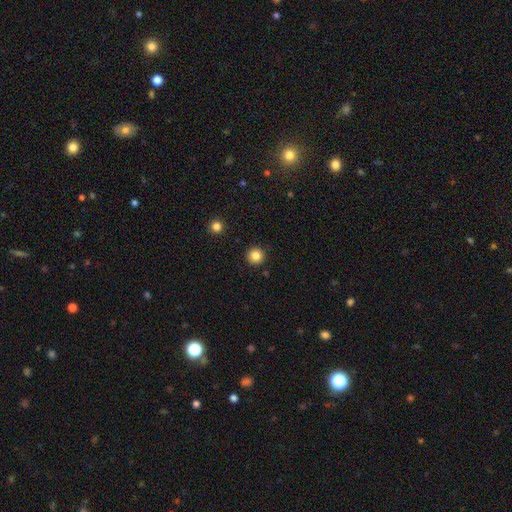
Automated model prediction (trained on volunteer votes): Smooth or featured? Predicted: smooth (p=0.83). How rounded? Predicted: round (p=0.94). Merging? Predicted: none (p=0.92).